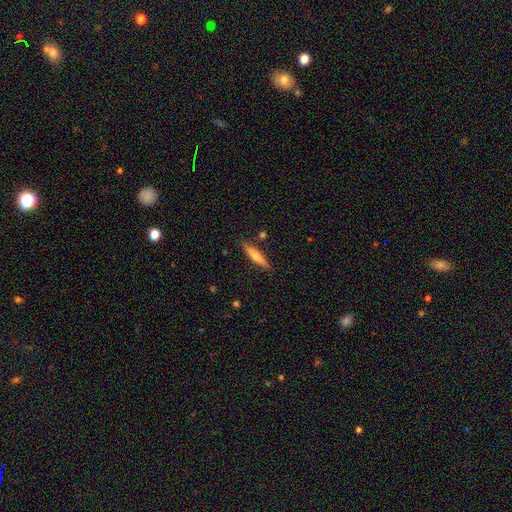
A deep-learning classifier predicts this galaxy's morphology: Smooth or featured: smooth — 50% (featured or disk — 44%)
Merging: none — 86% (minor disturbance — 9%)